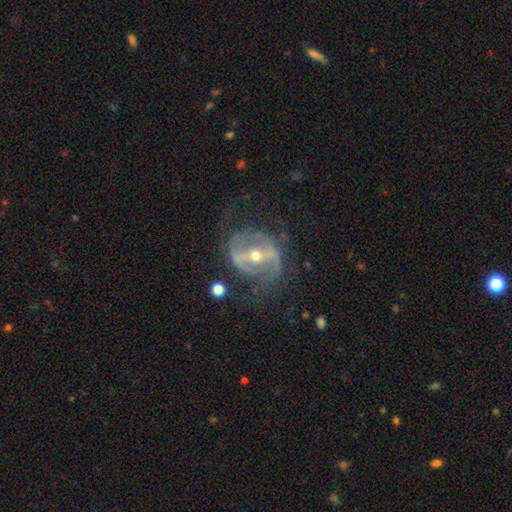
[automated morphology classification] smooth_or_featured: featured or disk (p=0.84) [alt: smooth p=0.09]
disk_edge_on: no (p=0.95) [alt: yes p=0.05]
bar: strong (p=0.61) [alt: weak p=0.27]
has_spiral_arms: yes (p=0.79) [alt: no p=0.21]
spiral_winding: medium (p=0.43) [alt: loose p=0.31]
spiral_arm_count: 2 (p=0.70) [alt: can't tell p=0.16]
bulge_size: moderate (p=0.55) [alt: small p=0.42]
merging: none (p=0.59) [alt: minor disturbance p=0.20]